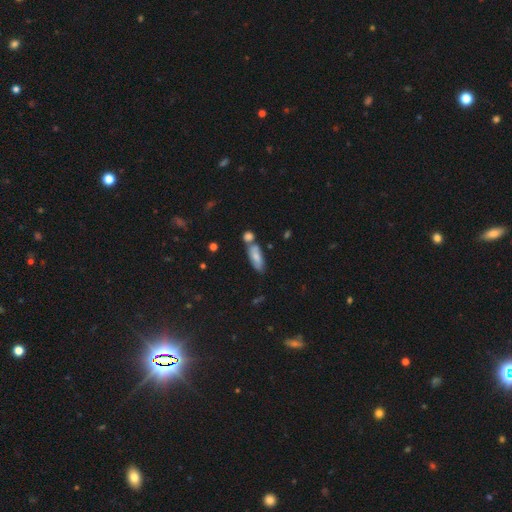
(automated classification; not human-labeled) A smooth galaxy with no disk features (70%) that is in between round and cigar-shaped (65%).

Vote fractions:
- Smooth or featured? smooth: 70% / featured or disk: 22% / star or artifact: 8%
- How rounded? in between: 65% / cigar-shaped: 33% / round: 3%
- Merging? none: 54% / merger: 27% / minor disturbance: 15% / major disturbance: 4%